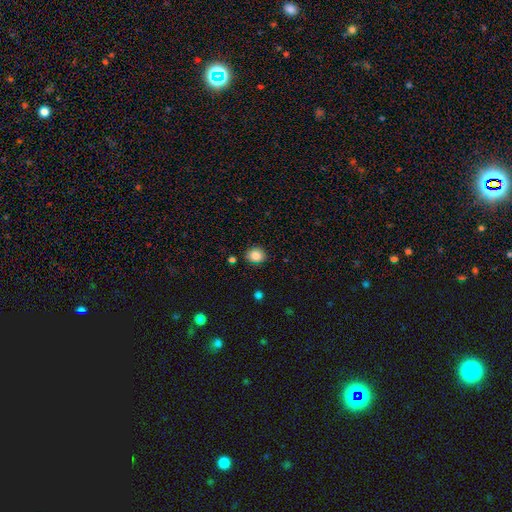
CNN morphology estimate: smooth 86%, star or artifact 10%, featured or disk 5%. Down the decision tree: how rounded — round (72%); merging — none (87%).